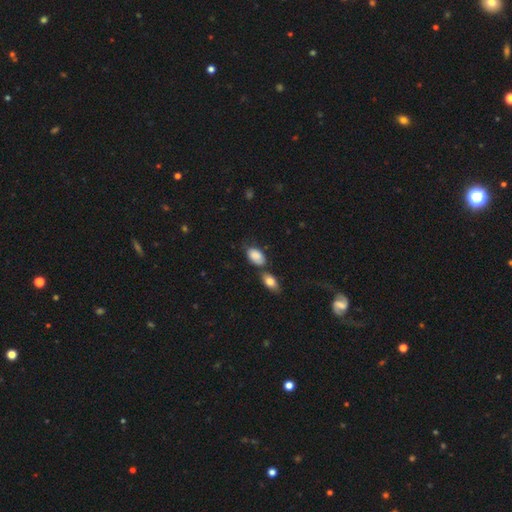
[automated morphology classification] type=smooth (84%); roundness=in between (91%); merging=none (49%).